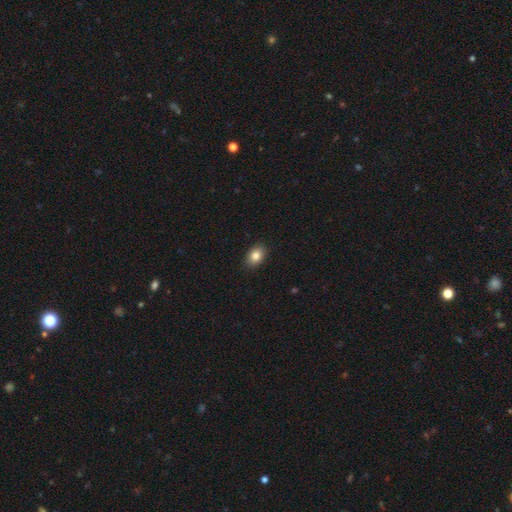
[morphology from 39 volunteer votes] smooth 77%, featured or disk 13%, star or artifact 10%. Down the decision tree: how rounded — in between (87%); merging — none (97%).